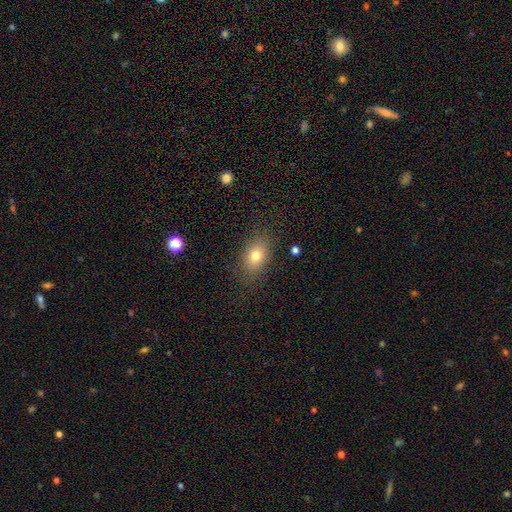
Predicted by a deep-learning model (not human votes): Morphology: type=smooth (76%); roundness=in between (78%); merging=none (84%).